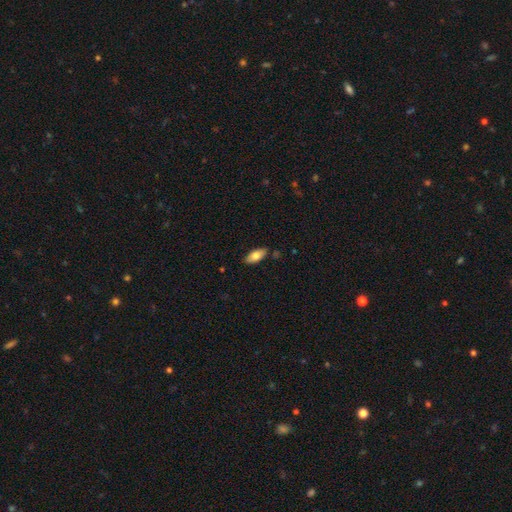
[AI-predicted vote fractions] Smooth or featured? smooth (74%)
How rounded? in between (88%)
Merging? none (85%)